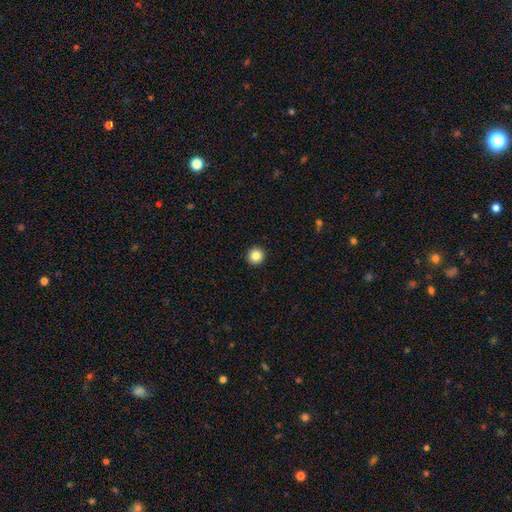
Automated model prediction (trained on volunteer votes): Smooth or featured?
  - smooth: 85% *
  - star or artifact: 10%
  - featured or disk: 5%
How rounded?
  - round: 96% *
  - in between: 3%
  - cigar-shaped: 1%
Merging?
  - none: 94% *
  - minor disturbance: 4%
  - major disturbance: 1%
  - merger: 1%